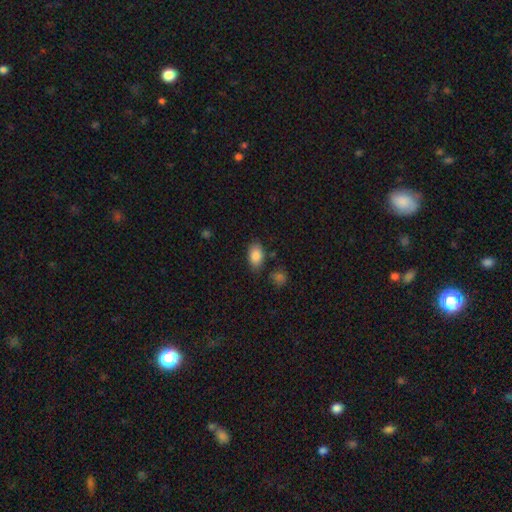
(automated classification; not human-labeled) Q: Smooth or featured?
A: smooth (87%); runner-up: star or artifact (8%)
Q: How rounded?
A: in between (90%); runner-up: round (9%)
Q: Merging?
A: none (77%); runner-up: minor disturbance (15%)